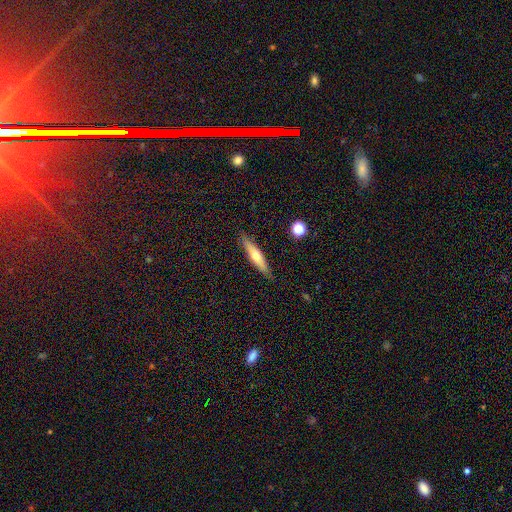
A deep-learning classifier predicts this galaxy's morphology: Q: Smooth or featured?
A: smooth (49%); runner-up: featured or disk (45%)
Q: Merging?
A: none (88%); runner-up: minor disturbance (9%)